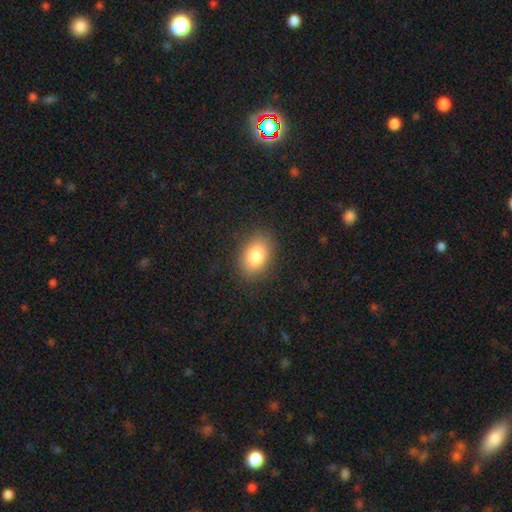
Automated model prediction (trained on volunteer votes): smooth_or_featured: smooth (p=0.82) [alt: featured or disk p=0.09]
how_rounded: in between (p=0.84) [alt: round p=0.14]
merging: none (p=0.86) [alt: minor disturbance p=0.10]